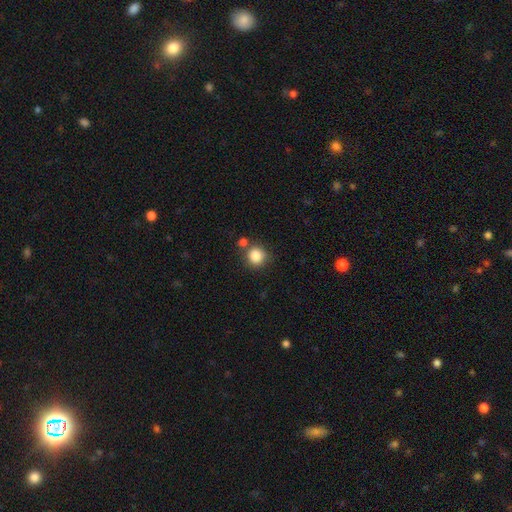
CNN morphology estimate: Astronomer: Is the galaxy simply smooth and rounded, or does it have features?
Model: smooth — 85%.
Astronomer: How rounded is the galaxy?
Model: round — 90%.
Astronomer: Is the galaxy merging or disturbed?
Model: none — 71%.